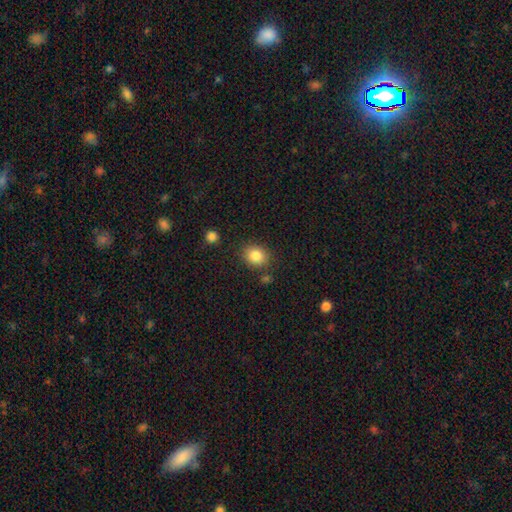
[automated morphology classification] smooth 84%, star or artifact 9%, featured or disk 6%. Down the decision tree: how rounded — round (60%); merging — none (81%).